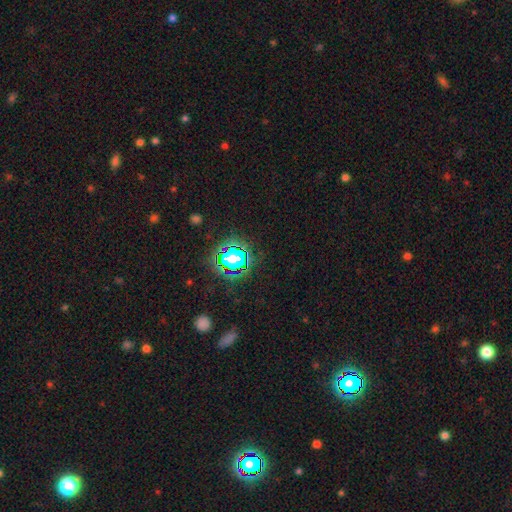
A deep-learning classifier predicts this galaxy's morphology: A star or artifact, not a galaxy (81%).